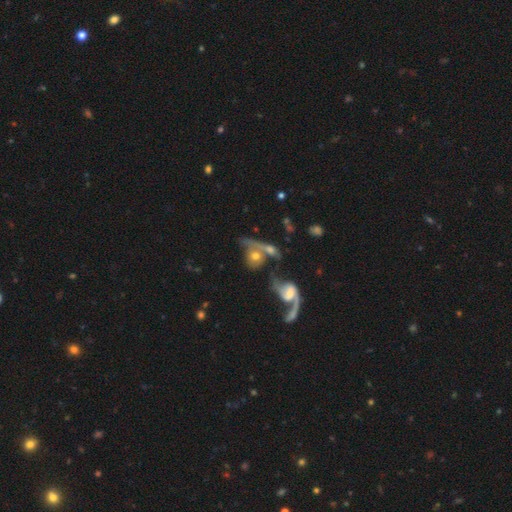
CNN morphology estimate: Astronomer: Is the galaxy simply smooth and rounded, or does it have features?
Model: smooth — 47% (runner-up: featured or disk, 43%).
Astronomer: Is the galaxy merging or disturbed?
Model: merger — 53%.